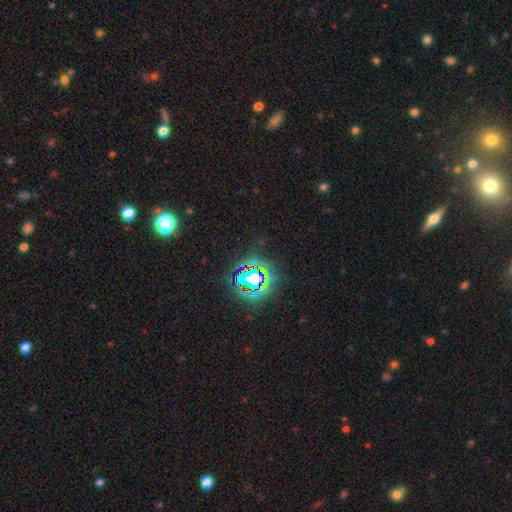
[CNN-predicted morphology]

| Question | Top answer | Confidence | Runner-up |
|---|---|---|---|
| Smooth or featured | star or artifact | 80% | smooth (12%) |